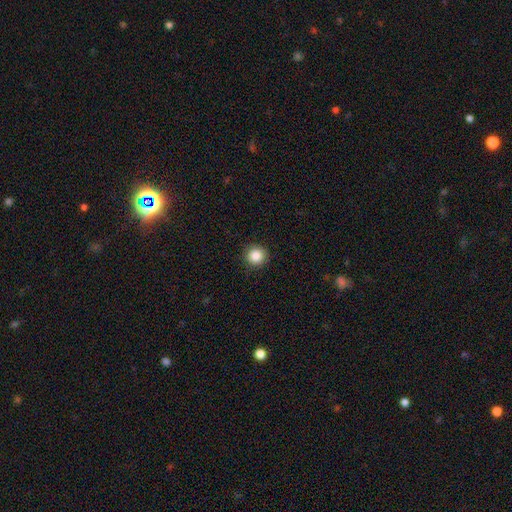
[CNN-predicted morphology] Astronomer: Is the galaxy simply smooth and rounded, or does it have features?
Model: smooth — 87%.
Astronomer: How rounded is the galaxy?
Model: round — 94%.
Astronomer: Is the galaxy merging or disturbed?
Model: none — 90%.